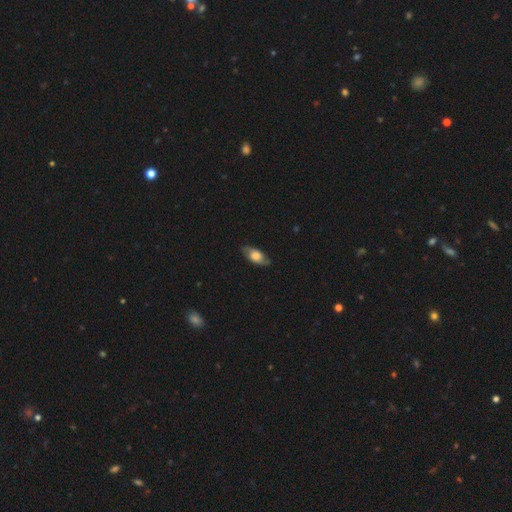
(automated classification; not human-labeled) This is possibly a smooth galaxy (52%). How rounded: clearly in between (85%). Merging: likely none (78%).